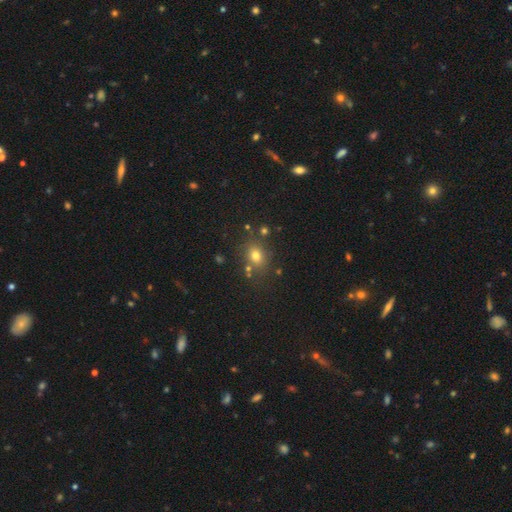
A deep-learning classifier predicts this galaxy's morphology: Smooth or featured: smooth — 71% (star or artifact — 18%)
How rounded: round — 55% (in between — 44%)
Merging: none — 76% (minor disturbance — 12%)